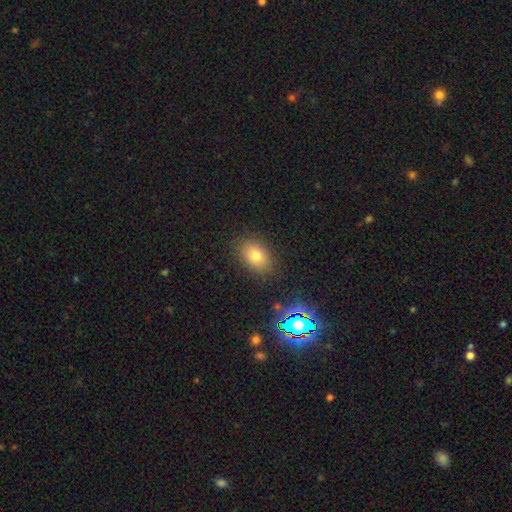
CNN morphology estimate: Smooth or featured? Predicted: smooth (p=0.76). How rounded? Predicted: in between (p=0.76). Merging? Predicted: none (p=0.85).